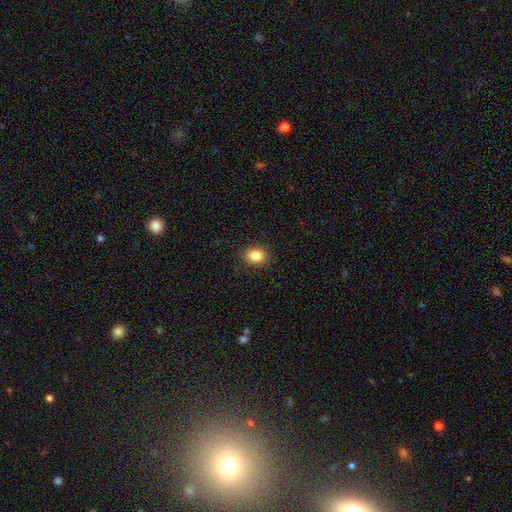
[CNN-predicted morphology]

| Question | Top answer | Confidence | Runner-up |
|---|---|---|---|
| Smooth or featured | smooth | 86% | star or artifact (9%) |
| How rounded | round | 50% | in between (49%) |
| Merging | none | 89% | minor disturbance (8%) |